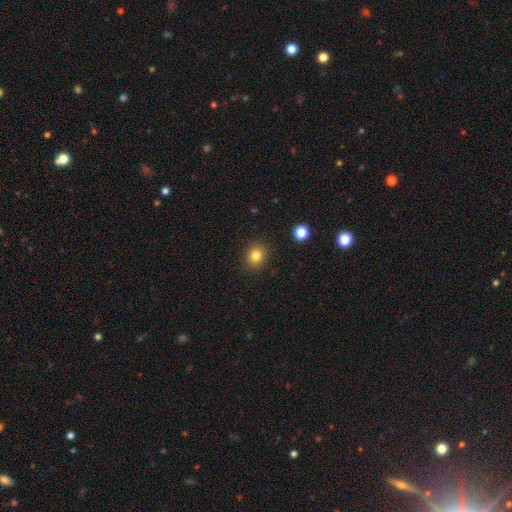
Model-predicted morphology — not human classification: A smooth galaxy with no disk features (82%) that is round (77%). Merging: none (90%).